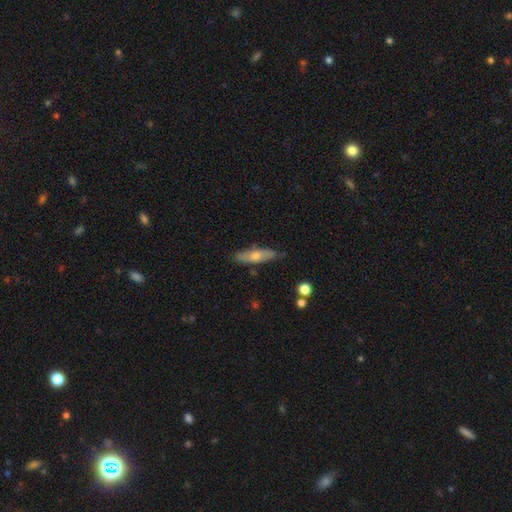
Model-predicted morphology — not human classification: smooth 58%, featured or disk 36%, star or artifact 6%. Down the decision tree: how rounded — cigar-shaped (61%); merging — none (79%).